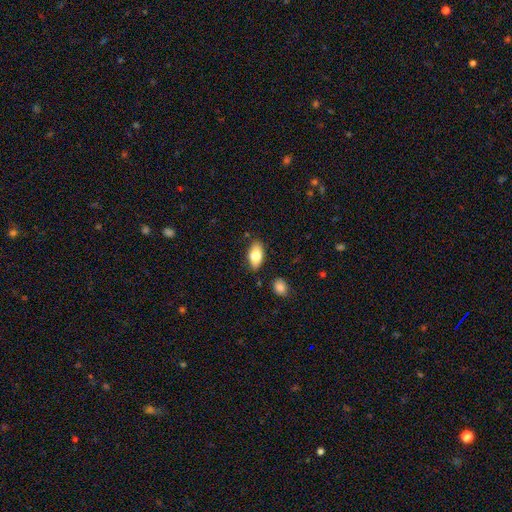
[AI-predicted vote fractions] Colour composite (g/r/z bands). It shows a smooth galaxy with no disk features (79%) that is in between round and cigar-shaped (91%). Merging: none (81%).